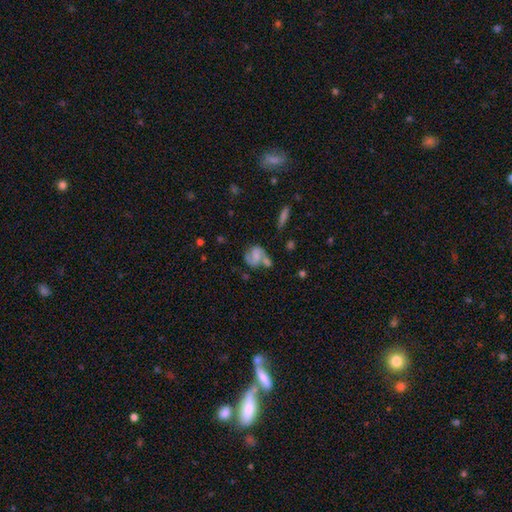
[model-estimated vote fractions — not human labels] Overall: featured or disk (57%; smooth 34%). Edge-on disk: no (97%). Bar: no (59%; weak 32%). Spiral arms: yes (85%). Bulge size: small (32%; none 29%). Merging: none (43%; merger 27%).